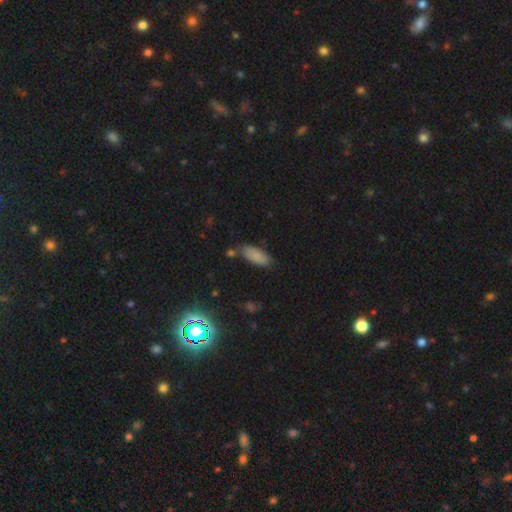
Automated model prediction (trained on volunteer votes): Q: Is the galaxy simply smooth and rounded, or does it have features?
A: smooth — 85%.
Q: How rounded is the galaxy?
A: in between — 84%.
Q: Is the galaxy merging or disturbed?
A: none — 71%.